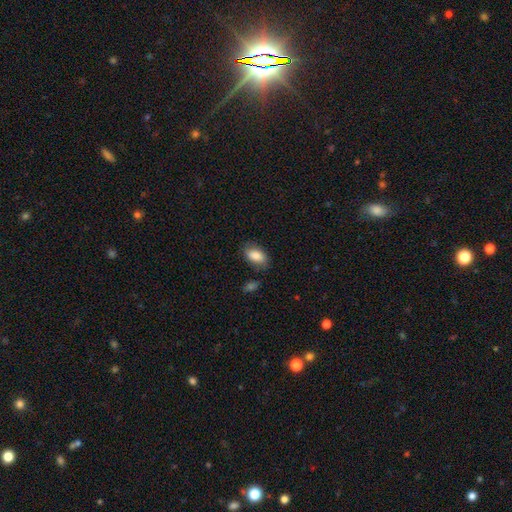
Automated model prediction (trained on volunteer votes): This is clearly a smooth galaxy (85%). How rounded: clearly in between (92%). Merging: likely none (72%).